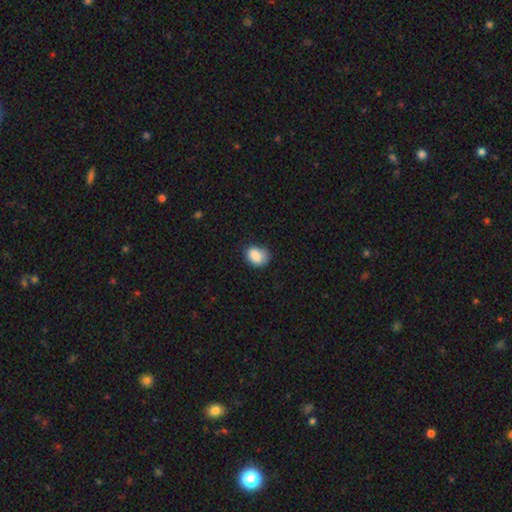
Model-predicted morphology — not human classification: A smooth galaxy with no disk features (87%) that is in between round and cigar-shaped (65%). Merging: none (69%).